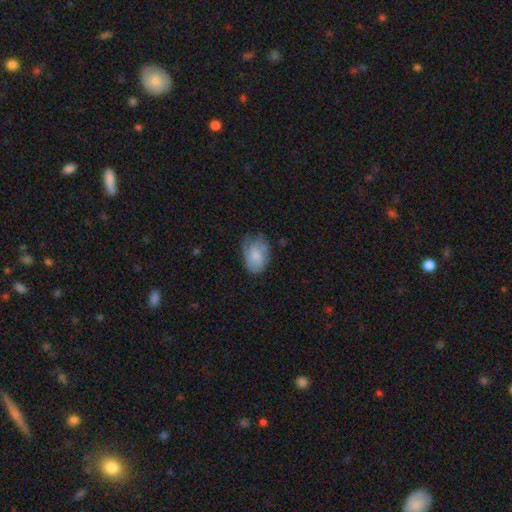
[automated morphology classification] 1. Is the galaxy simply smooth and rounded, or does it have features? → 61% smooth, 31% featured or disk, 8% star or artifact.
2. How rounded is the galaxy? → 84% in between, 15% round, 1% cigar-shaped.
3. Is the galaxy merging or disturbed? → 52% none, 32% minor disturbance, 14% major disturbance, 2% merger.